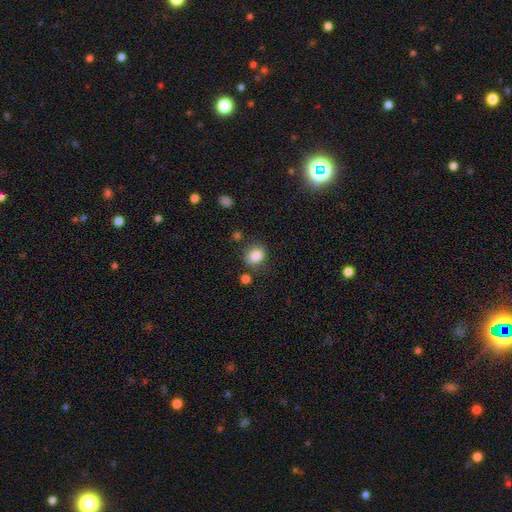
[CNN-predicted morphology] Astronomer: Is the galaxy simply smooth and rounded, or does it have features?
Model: smooth — 85%.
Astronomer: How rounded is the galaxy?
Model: round — 51% (runner-up: in between, 48%).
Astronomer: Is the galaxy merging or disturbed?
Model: none — 72%.